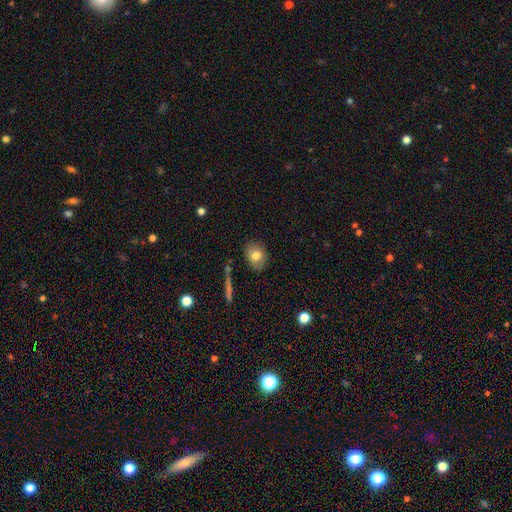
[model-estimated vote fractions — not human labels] Smooth or featured?
  - smooth: 78% *
  - featured or disk: 14%
  - star or artifact: 9%
How rounded?
  - in between: 56% *
  - round: 42%
  - cigar-shaped: 2%
Merging?
  - none: 84% *
  - minor disturbance: 11%
  - major disturbance: 3%
  - merger: 3%